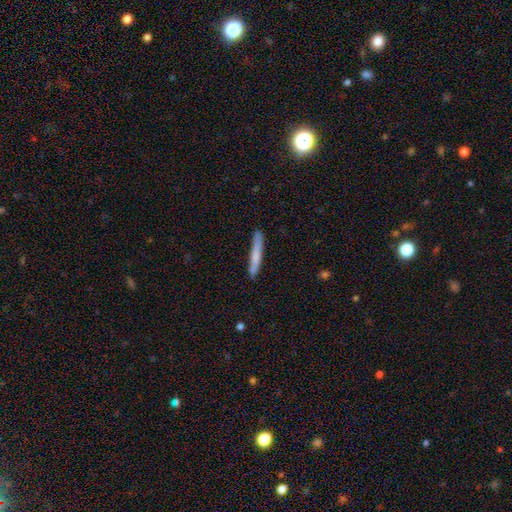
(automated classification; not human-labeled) This appears to be a smooth galaxy with no disk features (70%) that is cigar-shaped (96%). Merging: none (85%).